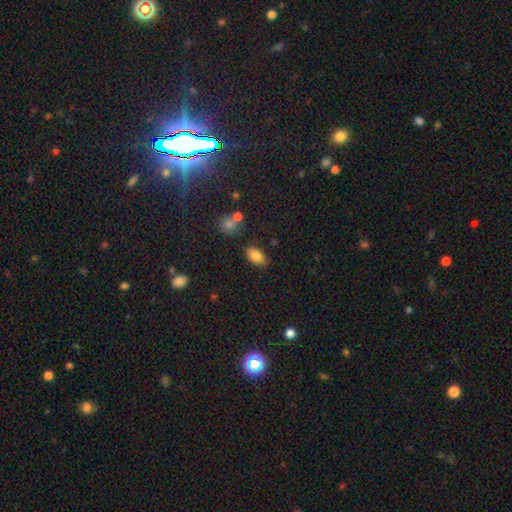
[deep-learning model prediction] Morphology: type=smooth (83%); roundness=in between (90%); merging=none (78%).